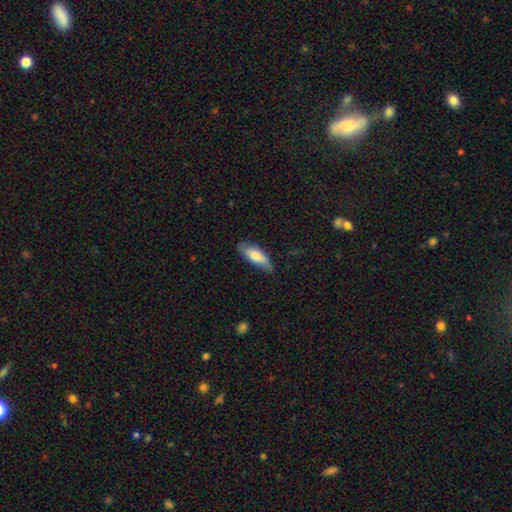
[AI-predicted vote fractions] Smooth or featured? smooth (72%)
How rounded? in between (67%)
Merging? none (67%)